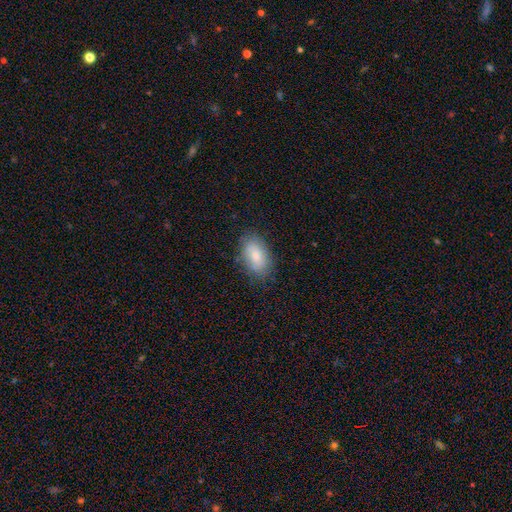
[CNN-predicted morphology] A smooth galaxy with no disk features (81%) that is in between round and cigar-shaped (92%).

Vote fractions:
- Smooth or featured? smooth: 81% / featured or disk: 12% / star or artifact: 7%
- How rounded? in between: 92% / round: 5% / cigar-shaped: 2%
- Merging? none: 81% / minor disturbance: 14% / major disturbance: 4% / merger: 1%